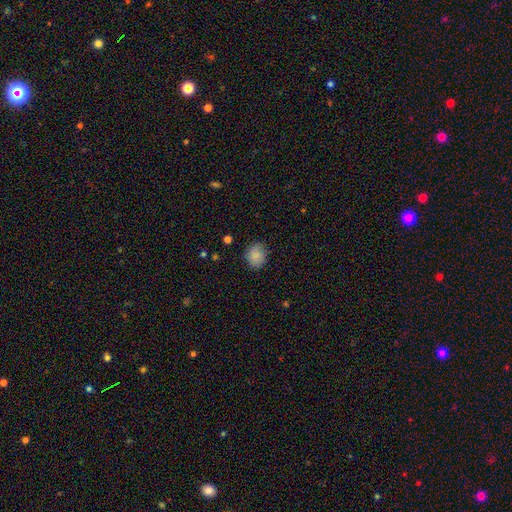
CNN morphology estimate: This appears to be a smooth galaxy with no disk features (86%) that is round (65%). Merging: none (80%).